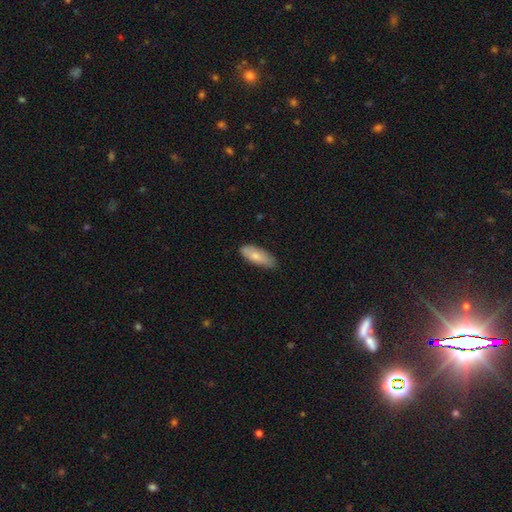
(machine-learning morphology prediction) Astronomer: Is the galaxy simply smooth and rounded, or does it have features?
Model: smooth — 77%.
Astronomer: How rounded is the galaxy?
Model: in between — 76%.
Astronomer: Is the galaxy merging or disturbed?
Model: none — 70%.